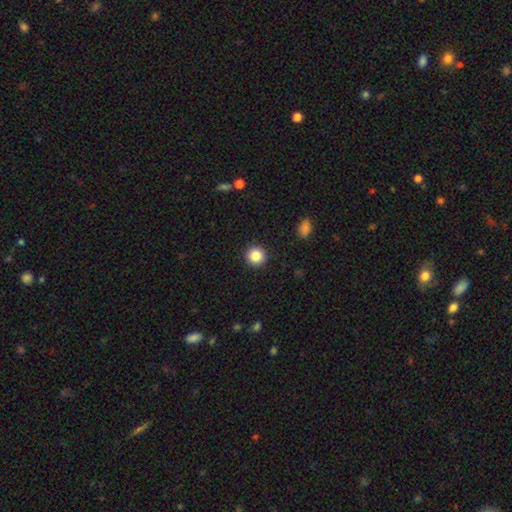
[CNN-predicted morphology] smooth-or-featured: smooth: 85% | star or artifact: 10% | featured or disk: 5%
  how-rounded: round: 95% | in between: 4% | cigar-shaped: 1%
  merging: none: 93% | minor disturbance: 5% | major disturbance: 2% | merger: 1%